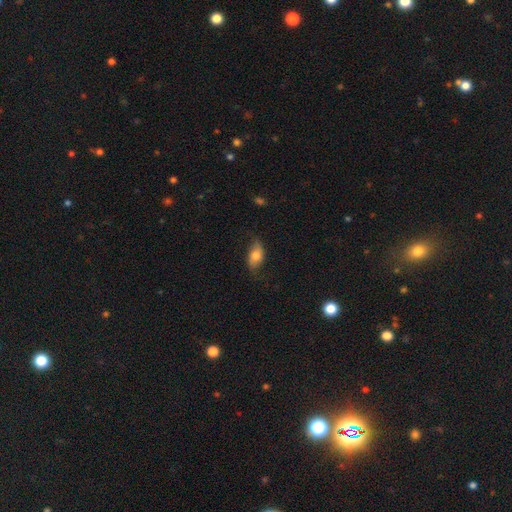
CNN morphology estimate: A smooth galaxy with no disk features (64%) that is in between round and cigar-shaped (88%).

Vote fractions:
- Smooth or featured? smooth: 64% / featured or disk: 29% / star or artifact: 7%
- How rounded? in between: 88% / round: 7% / cigar-shaped: 5%
- Merging? none: 69% / minor disturbance: 22% / major disturbance: 7% / merger: 1%